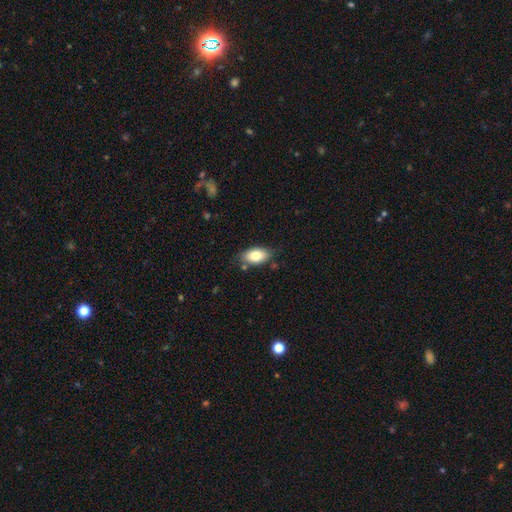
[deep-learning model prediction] smooth-or-featured: smooth: 79% | featured or disk: 13% | star or artifact: 7%
  how-rounded: in between: 91% | round: 5% | cigar-shaped: 3%
  merging: none: 79% | minor disturbance: 15% | merger: 3% | major disturbance: 3%